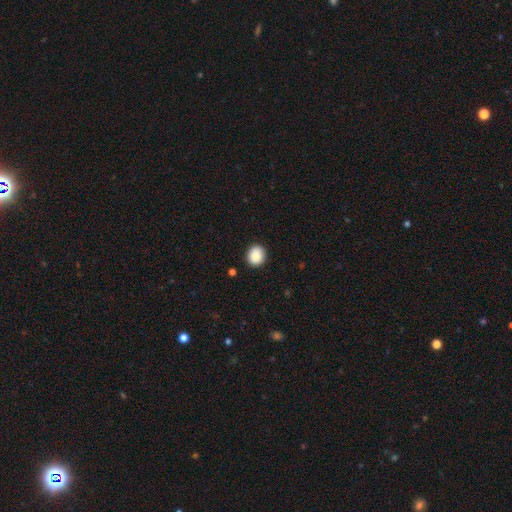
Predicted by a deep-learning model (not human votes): Smooth or featured?
  - smooth: 89% *
  - star or artifact: 8%
  - featured or disk: 3%
How rounded?
  - round: 70% *
  - in between: 29%
  - cigar-shaped: 1%
Merging?
  - none: 89% *
  - minor disturbance: 8%
  - major disturbance: 2%
  - merger: 1%